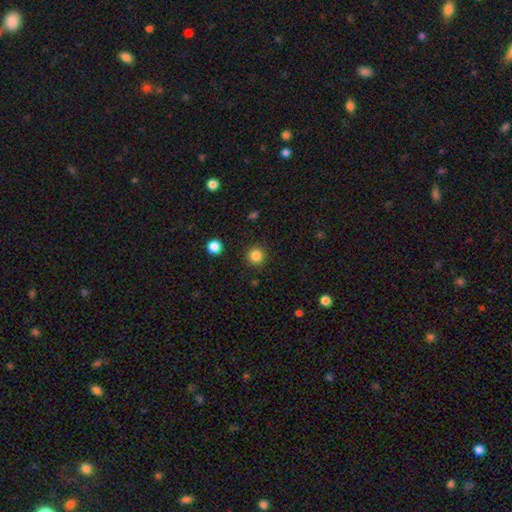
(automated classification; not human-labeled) Smooth or featured? smooth (84%)
How rounded? round (95%)
Merging? none (91%)